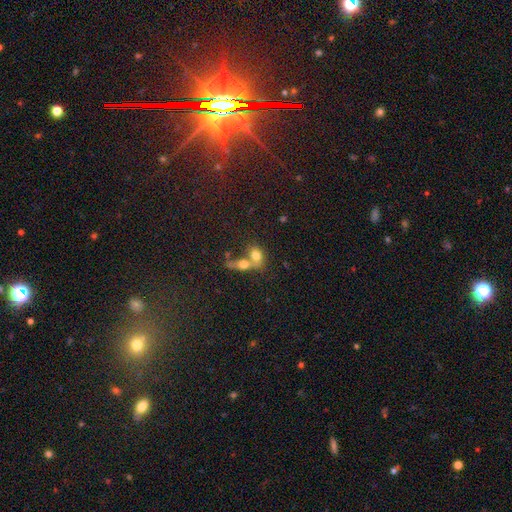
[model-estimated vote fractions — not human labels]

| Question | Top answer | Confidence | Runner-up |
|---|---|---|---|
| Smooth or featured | smooth | 71% | featured or disk (18%) |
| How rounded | in between | 63% | round (33%) |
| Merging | merger | 66% | none (23%) |